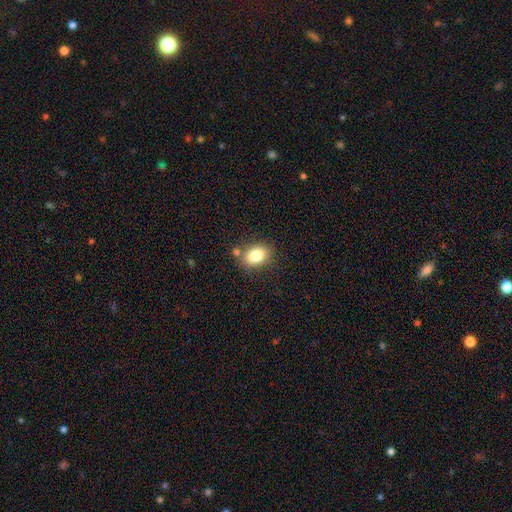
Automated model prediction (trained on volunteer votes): Smooth or featured: smooth — 82% (star or artifact — 9%)
How rounded: in between — 74% (round — 25%)
Merging: none — 77% (minor disturbance — 12%)